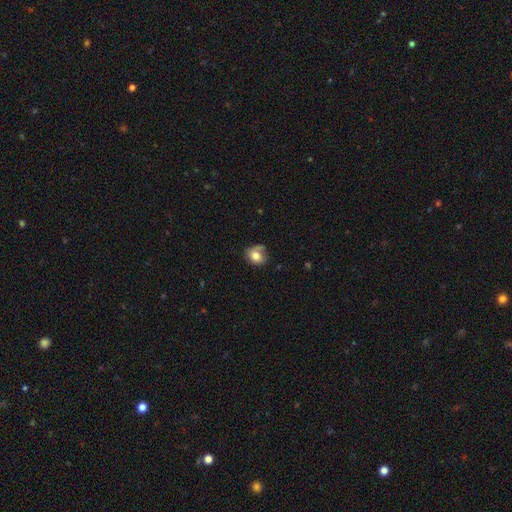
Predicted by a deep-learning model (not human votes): Morphology: type=smooth (77%); roundness=round (61%); merging=none (54%).